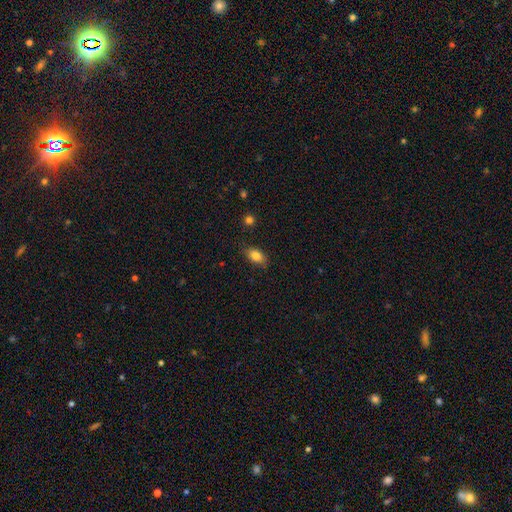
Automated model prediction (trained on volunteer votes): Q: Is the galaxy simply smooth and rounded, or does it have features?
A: smooth — 82%.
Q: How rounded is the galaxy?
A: in between — 85%.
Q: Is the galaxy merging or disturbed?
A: none — 81%.